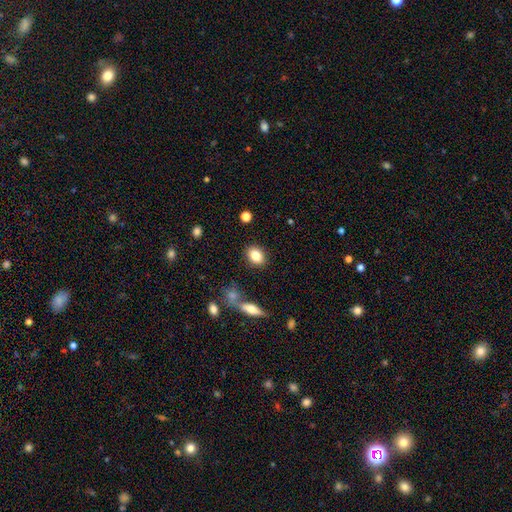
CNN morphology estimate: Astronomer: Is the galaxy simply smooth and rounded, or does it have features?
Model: smooth — 83%.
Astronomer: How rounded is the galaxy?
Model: in between — 62% (runner-up: round, 37%).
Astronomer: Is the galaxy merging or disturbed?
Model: none — 85%.